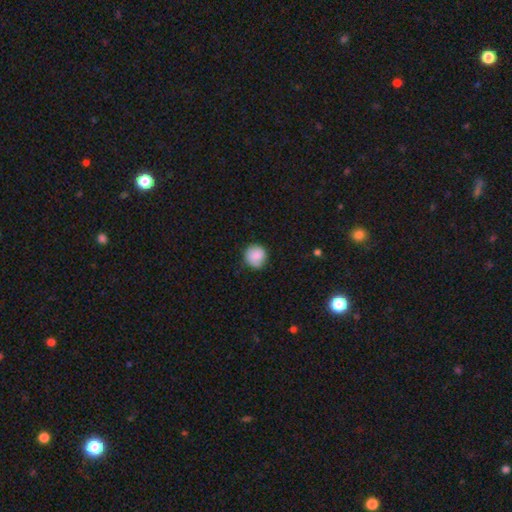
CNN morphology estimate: This appears to be a smooth galaxy with no disk features (86%) that is round (91%). Merging: none (79%).